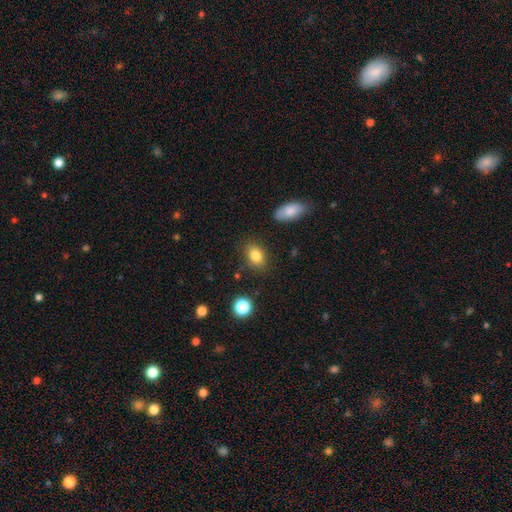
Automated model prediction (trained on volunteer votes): This is clearly a smooth galaxy (83%). How rounded: likely in between (74%). Merging: clearly none (83%).